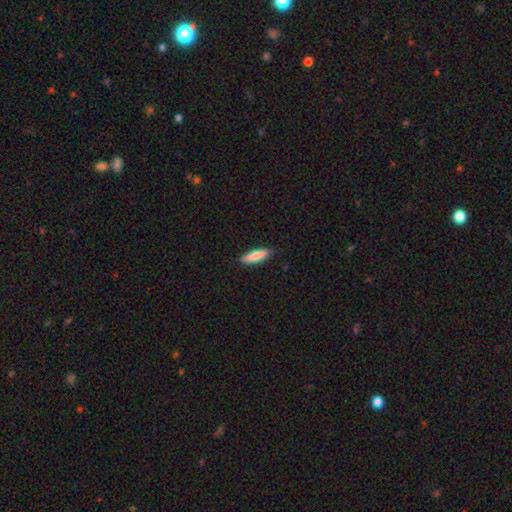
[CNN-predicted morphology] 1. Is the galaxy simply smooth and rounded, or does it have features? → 81% smooth, 13% featured or disk, 5% star or artifact.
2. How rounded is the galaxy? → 59% cigar-shaped, 40% in between, 2% round.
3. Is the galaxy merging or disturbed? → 87% none, 10% minor disturbance, 2% major disturbance, 1% merger.